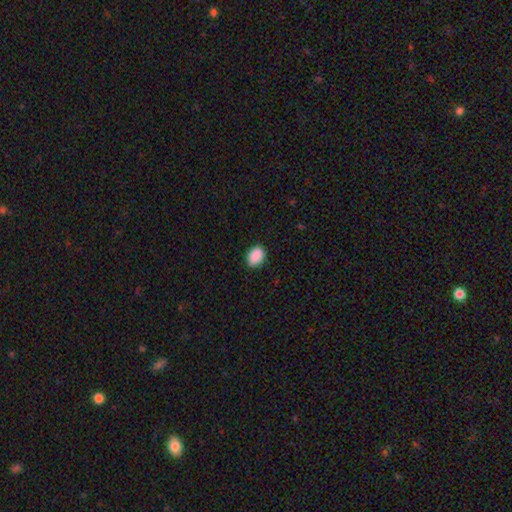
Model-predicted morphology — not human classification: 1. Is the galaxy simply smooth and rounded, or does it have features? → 90% smooth, 8% star or artifact, 3% featured or disk.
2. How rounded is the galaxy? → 74% in between, 25% round, 1% cigar-shaped.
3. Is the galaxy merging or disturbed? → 86% none, 10% minor disturbance, 2% major disturbance, 1% merger.